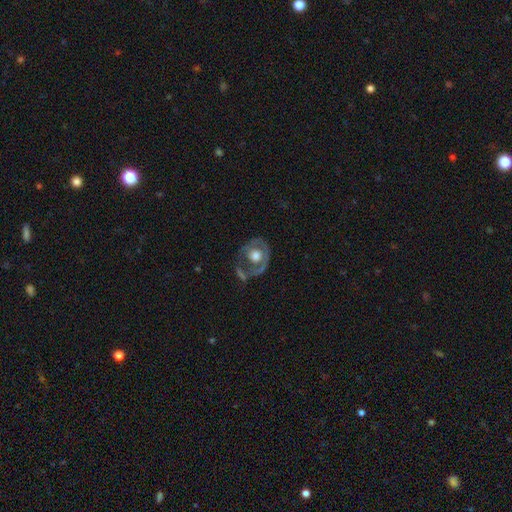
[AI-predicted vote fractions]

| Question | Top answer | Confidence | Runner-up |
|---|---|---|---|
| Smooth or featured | featured or disk | 59% | smooth (35%) |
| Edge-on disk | no | 95% | yes (5%) |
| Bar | no | 84% | weak (12%) |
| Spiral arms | no | 65% | yes (35%) |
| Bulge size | moderate | 47% | large (42%) |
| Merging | none | 47% | minor disturbance (23%) |